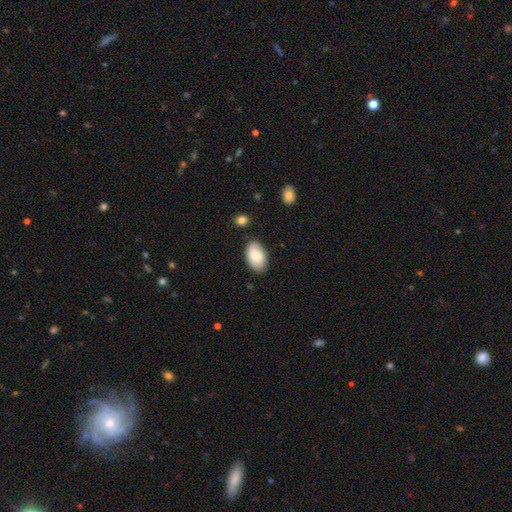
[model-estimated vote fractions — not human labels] Morphology: type=smooth (77%); roundness=in between (93%); merging=none (80%).